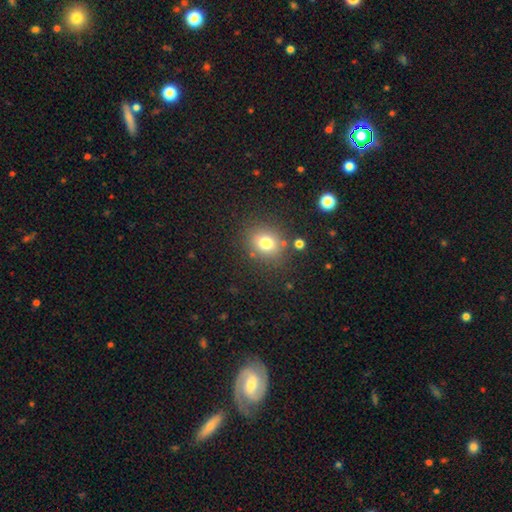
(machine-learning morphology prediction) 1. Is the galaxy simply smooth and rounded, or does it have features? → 58% smooth, 33% star or artifact, 9% featured or disk.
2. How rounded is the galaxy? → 84% round, 15% in between, 2% cigar-shaped.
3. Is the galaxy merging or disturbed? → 85% none, 8% minor disturbance, 4% merger, 3% major disturbance.